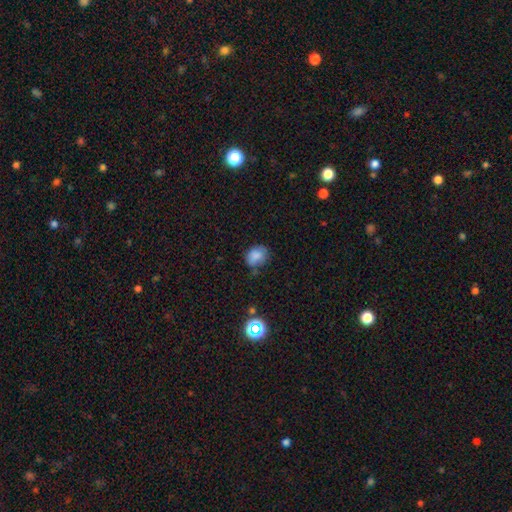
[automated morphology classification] smooth-or-featured: smooth: 80% | star or artifact: 12% | featured or disk: 8%
  how-rounded: in between: 51% | round: 48% | cigar-shaped: 1%
  merging: none: 56% | minor disturbance: 32% | major disturbance: 9% | merger: 4%